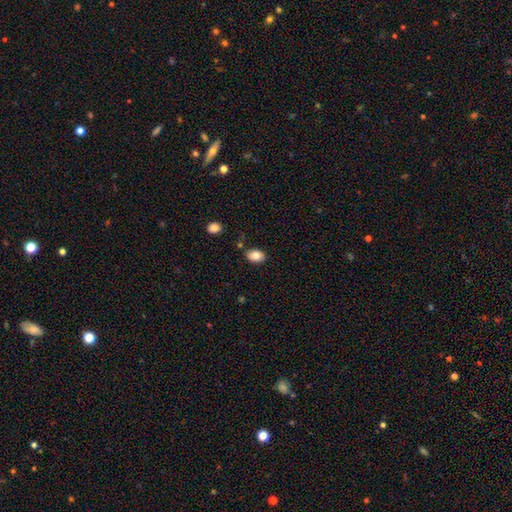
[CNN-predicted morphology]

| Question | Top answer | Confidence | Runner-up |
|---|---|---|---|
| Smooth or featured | smooth | 84% | star or artifact (8%) |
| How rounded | in between | 82% | round (17%) |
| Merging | none | 82% | minor disturbance (11%) |